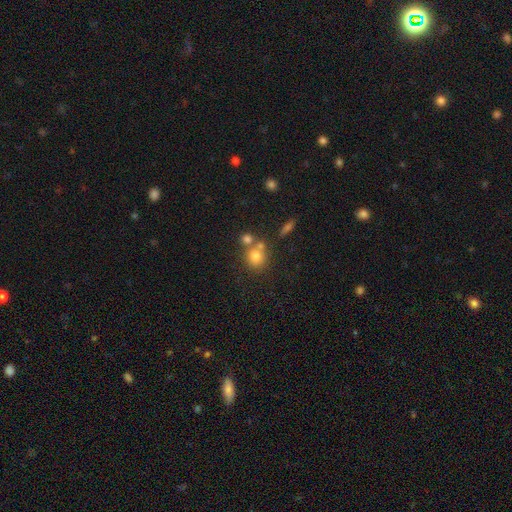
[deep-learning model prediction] Smooth or featured? Predicted: smooth (p=0.75). How rounded? Predicted: round (p=0.82). Merging? Predicted: none (p=0.52).